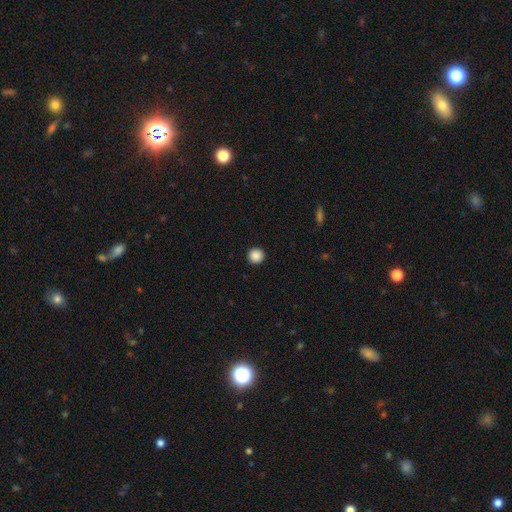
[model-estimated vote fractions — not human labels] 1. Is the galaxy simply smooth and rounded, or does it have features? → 88% smooth, 10% star or artifact, 3% featured or disk.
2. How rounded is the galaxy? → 96% round, 3% in between, 1% cigar-shaped.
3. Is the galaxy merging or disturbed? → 94% none, 4% minor disturbance, 2% major disturbance, 1% merger.